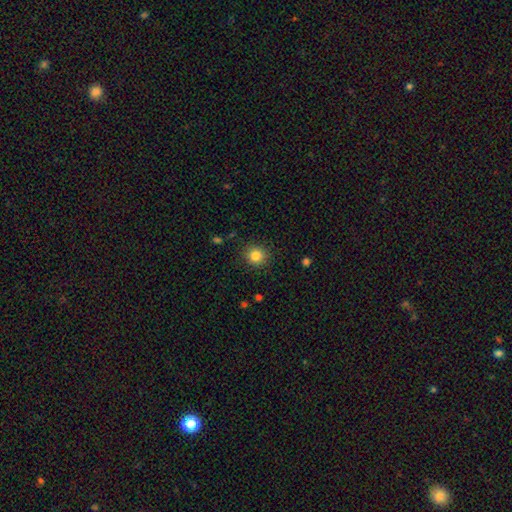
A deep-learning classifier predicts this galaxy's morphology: A smooth galaxy with no disk features (83%) that is round (89%). Merging: none (89%).